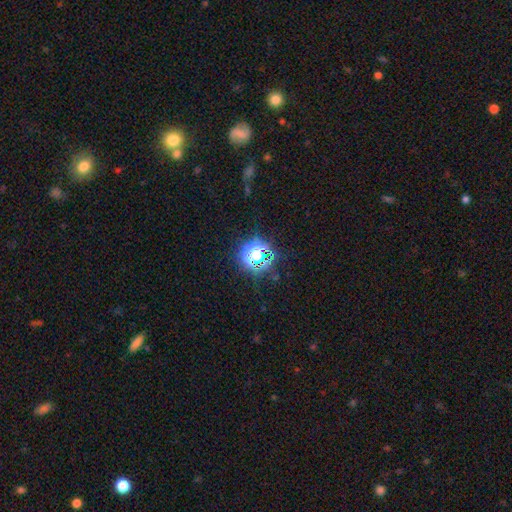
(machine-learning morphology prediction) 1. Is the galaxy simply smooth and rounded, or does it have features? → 73% star or artifact, 18% smooth, 9% featured or disk.